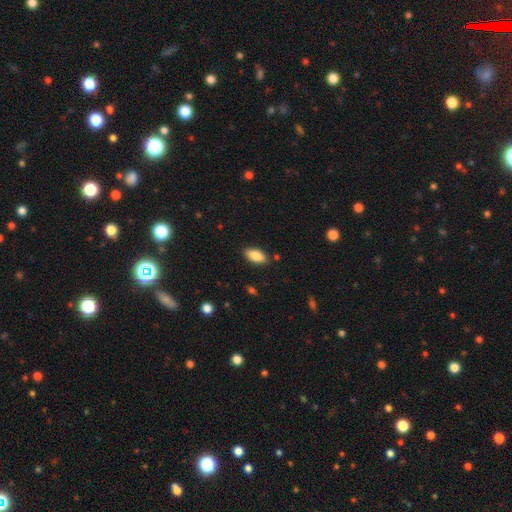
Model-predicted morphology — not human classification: type=smooth (86%); roundness=in between (90%); merging=none (86%).